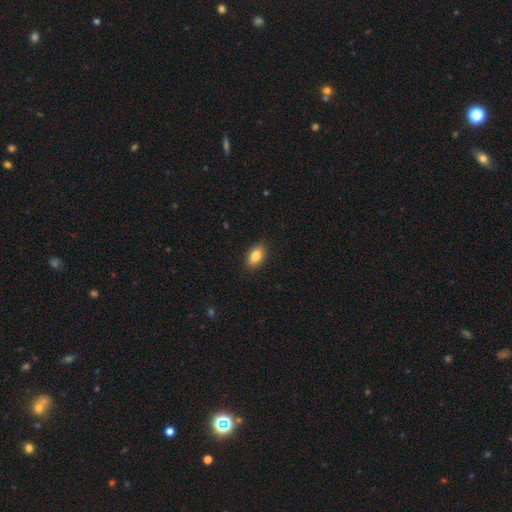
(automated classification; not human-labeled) Smooth or featured?
  - smooth: 85% *
  - star or artifact: 8%
  - featured or disk: 8%
How rounded?
  - in between: 90% *
  - round: 6%
  - cigar-shaped: 3%
Merging?
  - none: 89% *
  - minor disturbance: 8%
  - major disturbance: 2%
  - merger: 1%